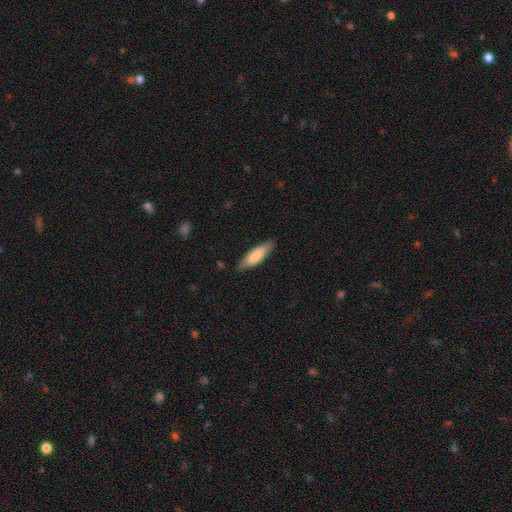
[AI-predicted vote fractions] Smooth or featured? Predicted: smooth (p=0.79). How rounded? Predicted: cigar-shaped (p=0.53). Merging? Predicted: none (p=0.83).